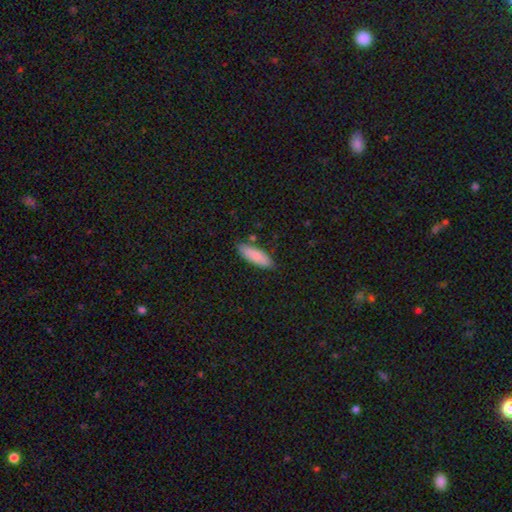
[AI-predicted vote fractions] Smooth or featured? smooth (86%)
How rounded? in between (57%)
Merging? none (81%)